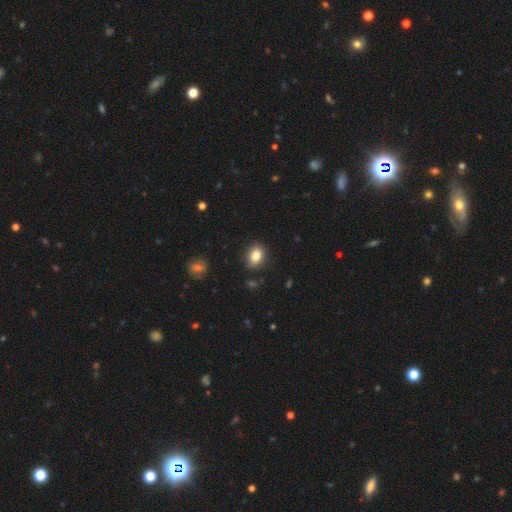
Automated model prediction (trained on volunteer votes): This is clearly a smooth galaxy (82%). How rounded: likely in between (69%). Merging: clearly none (84%).